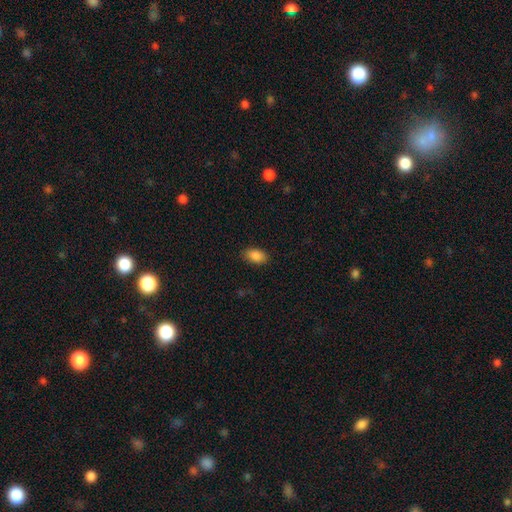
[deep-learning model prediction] Smooth or featured? smooth (88%)
How rounded? in between (92%)
Merging? none (87%)